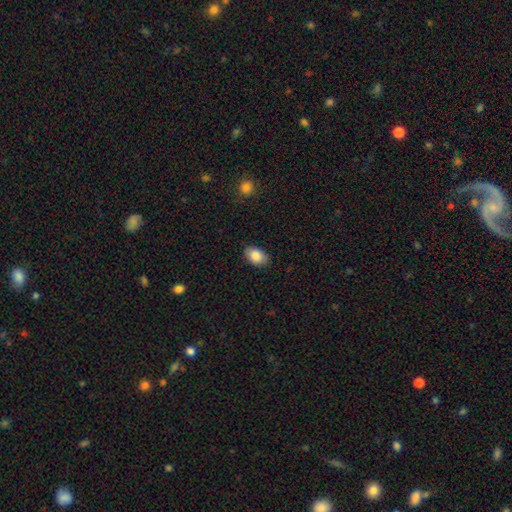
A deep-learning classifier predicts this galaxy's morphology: Overall: smooth (87%). How rounded: in between (88%). Merging: none (84%).